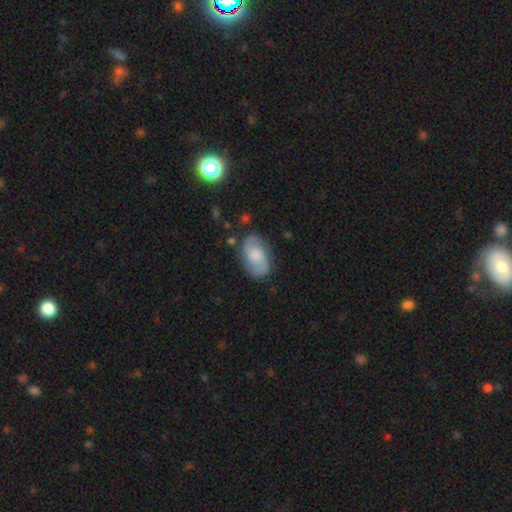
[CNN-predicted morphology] Overall: featured or disk (71%). Edge-on disk: no (97%). Bar: no (59%; weak 36%). Spiral arms: yes (94%). Spiral arm count: 2 (91%). Spiral winding: medium (48%; loose 33%). Bulge size: moderate (37%; small 24%). Merging: none (79%).